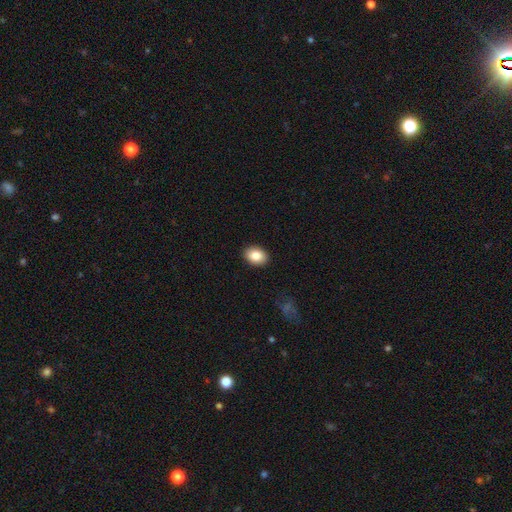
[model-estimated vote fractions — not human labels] smooth 85%, star or artifact 8%, featured or disk 8%. Down the decision tree: how rounded — in between (75%); merging — none (90%).